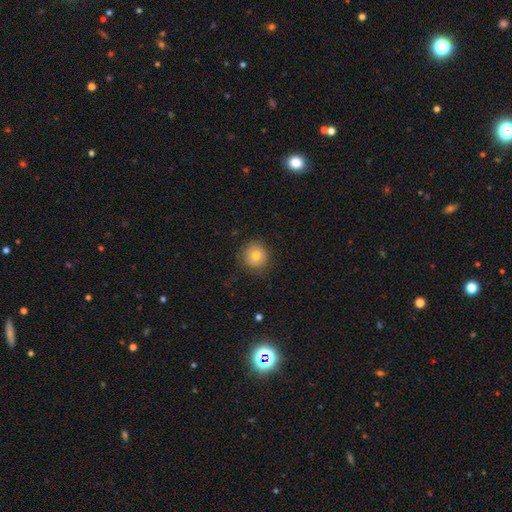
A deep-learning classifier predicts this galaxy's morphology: Smooth or featured?
  - smooth: 74% *
  - featured or disk: 16%
  - star or artifact: 10%
How rounded?
  - round: 92% *
  - in between: 7%
  - cigar-shaped: 1%
Merging?
  - none: 80% *
  - minor disturbance: 14%
  - major disturbance: 5%
  - merger: 1%